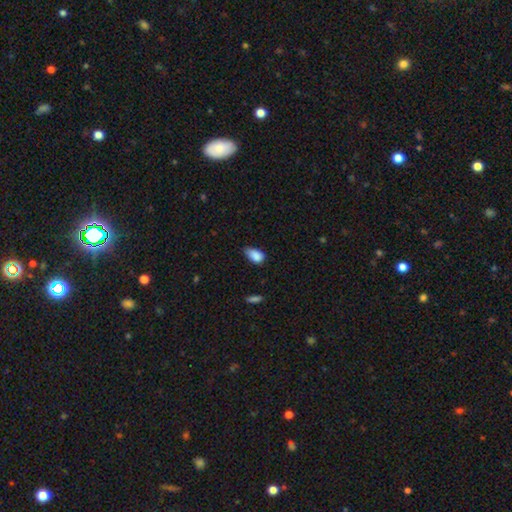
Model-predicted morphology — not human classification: A smooth galaxy with no disk features (87%) that is in between round and cigar-shaped (90%).

Vote fractions:
- Smooth or featured? smooth: 87% / star or artifact: 8% / featured or disk: 5%
- How rounded? in between: 90% / round: 7% / cigar-shaped: 3%
- Merging? minor disturbance: 46% / none: 43% / major disturbance: 9% / merger: 2%